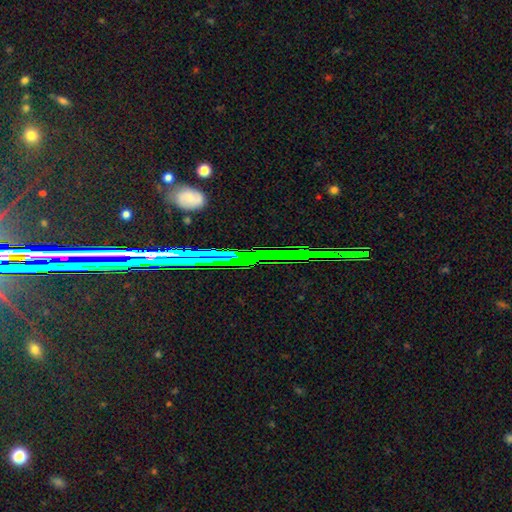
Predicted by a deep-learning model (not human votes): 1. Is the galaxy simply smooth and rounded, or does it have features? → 71% star or artifact, 18% featured or disk, 11% smooth.